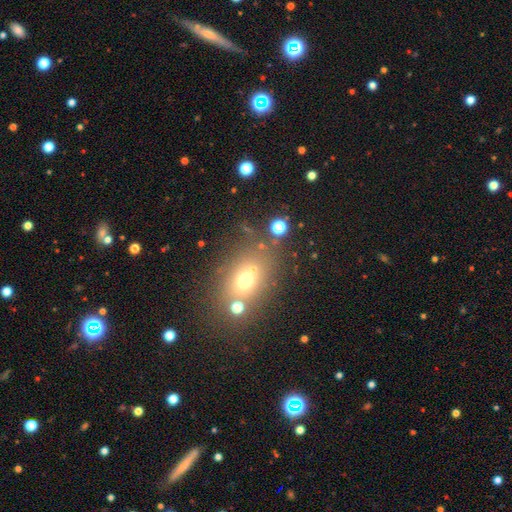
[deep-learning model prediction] The model was most divided on "how rounded": in between: 61%, round: 36%, cigar-shaped: 3%. More confident: merging — none (68%); smooth or featured — smooth (55%).